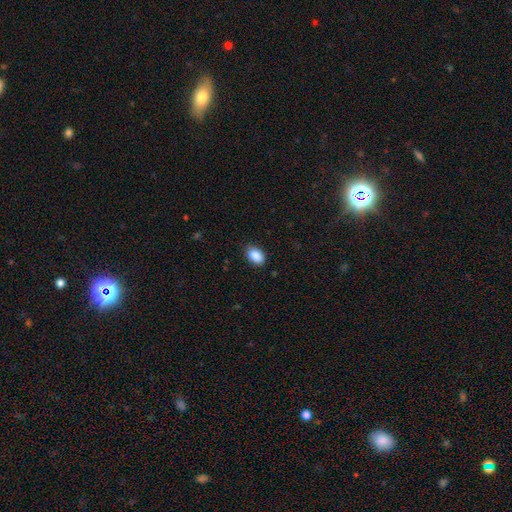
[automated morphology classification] smooth_or_featured: smooth (p=0.89) [alt: star or artifact p=0.07]
how_rounded: in between (p=0.90) [alt: round p=0.09]
merging: none (p=0.86) [alt: minor disturbance p=0.11]